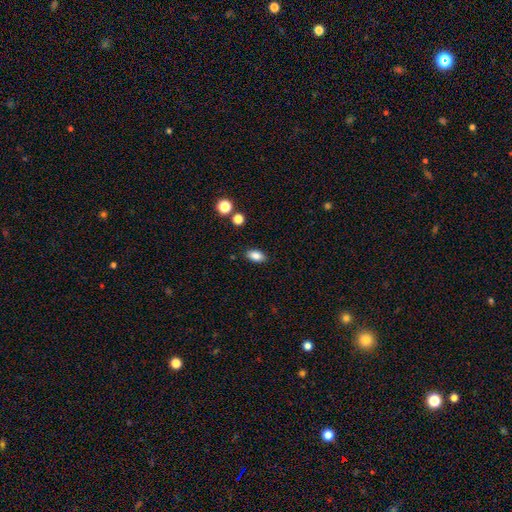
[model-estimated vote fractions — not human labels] Morphology: type=smooth (85%); roundness=in between (89%); merging=none (87%).